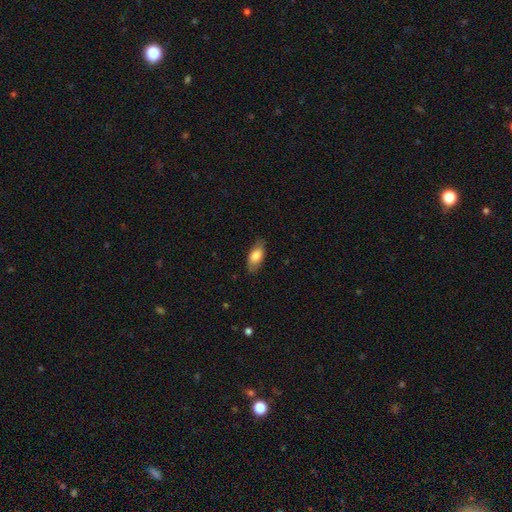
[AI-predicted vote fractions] Smooth or featured? Predicted: smooth (p=0.79). How rounded? Predicted: in between (p=0.85). Merging? Predicted: none (p=0.80).